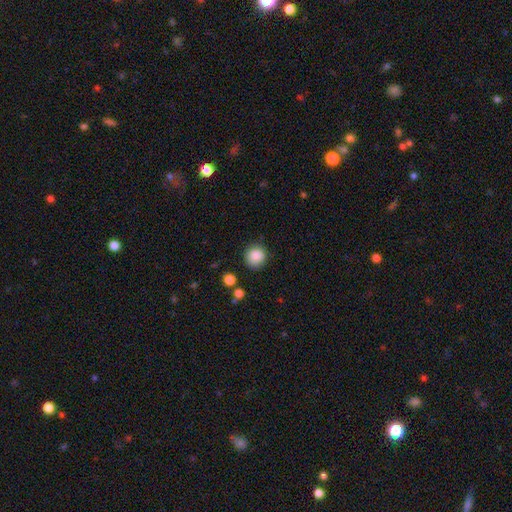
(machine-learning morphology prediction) This is clearly a smooth galaxy (88%). How rounded: clearly round (90%). Merging: clearly none (85%).